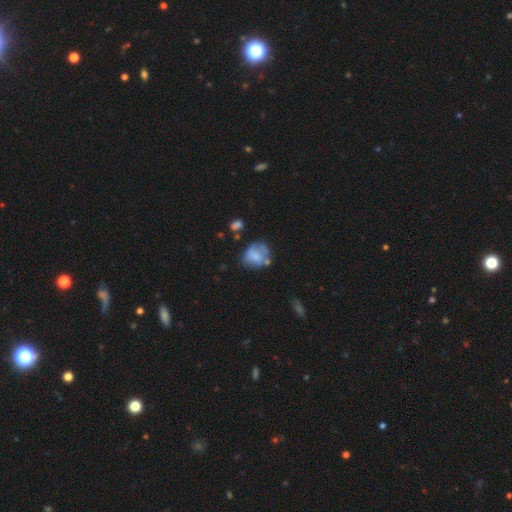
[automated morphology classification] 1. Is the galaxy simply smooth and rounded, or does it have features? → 66% smooth, 25% featured or disk, 9% star or artifact.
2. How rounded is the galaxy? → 61% round, 38% in between, 1% cigar-shaped.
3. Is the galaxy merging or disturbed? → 47% none, 27% minor disturbance, 14% major disturbance, 12% merger.